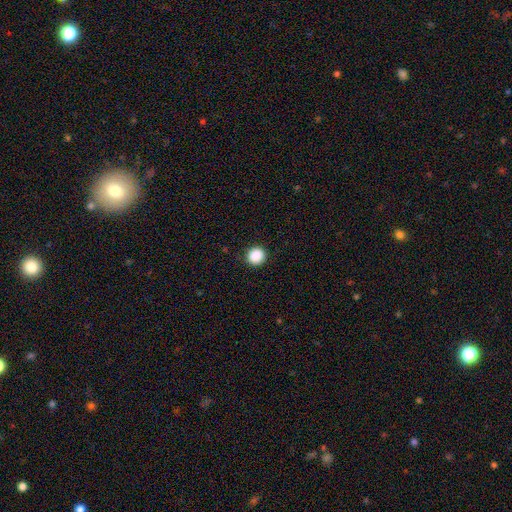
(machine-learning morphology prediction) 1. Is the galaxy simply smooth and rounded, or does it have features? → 89% smooth, 9% star or artifact, 2% featured or disk.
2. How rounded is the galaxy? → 91% round, 8% in between, 1% cigar-shaped.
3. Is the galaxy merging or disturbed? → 90% none, 7% minor disturbance, 2% major disturbance, 1% merger.